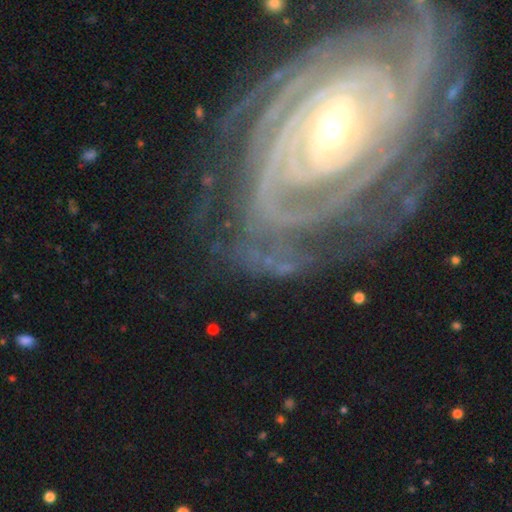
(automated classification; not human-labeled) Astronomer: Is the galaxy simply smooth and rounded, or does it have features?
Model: featured or disk — 82%.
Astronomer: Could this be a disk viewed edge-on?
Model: no — 95%.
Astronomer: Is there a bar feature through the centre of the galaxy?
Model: no — 36% (runner-up: strong, 33%).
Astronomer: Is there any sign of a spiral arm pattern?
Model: yes — 94%.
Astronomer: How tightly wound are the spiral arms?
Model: tight — 73%.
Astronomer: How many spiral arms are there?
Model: can't tell — 28% (runner-up: 2, 22%).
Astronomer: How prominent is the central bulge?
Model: small — 55% (runner-up: moderate, 34%).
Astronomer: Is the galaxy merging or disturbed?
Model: none — 68%.